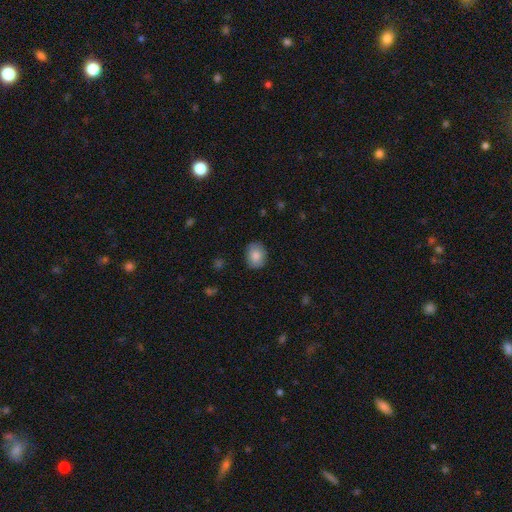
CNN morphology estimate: Q: Smooth or featured?
A: smooth (84%); runner-up: featured or disk (8%)
Q: How rounded?
A: in between (51%); runner-up: round (48%)
Q: Merging?
A: none (86%); runner-up: minor disturbance (11%)